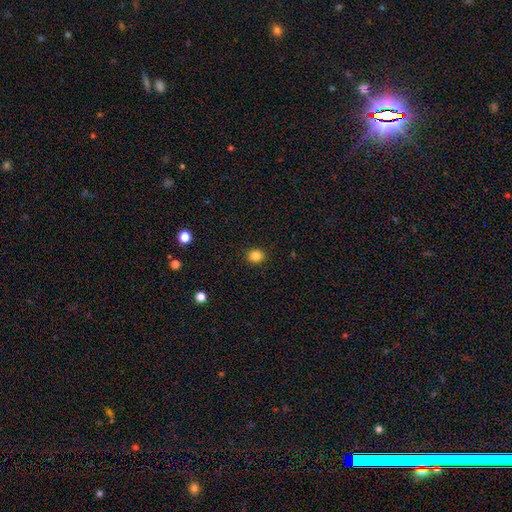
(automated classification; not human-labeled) Q: Smooth or featured?
A: smooth (84%); runner-up: star or artifact (12%)
Q: How rounded?
A: round (75%); runner-up: in between (24%)
Q: Merging?
A: none (92%); runner-up: minor disturbance (6%)